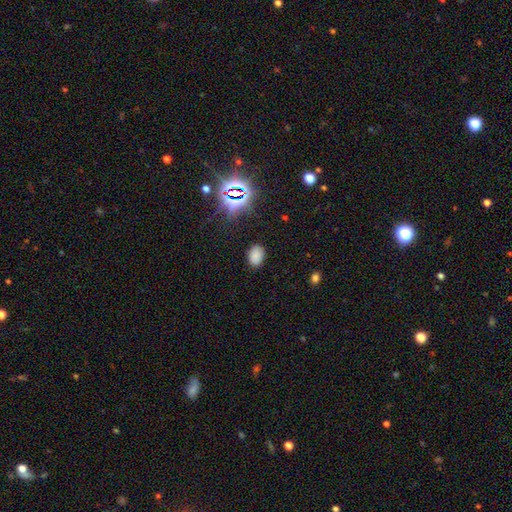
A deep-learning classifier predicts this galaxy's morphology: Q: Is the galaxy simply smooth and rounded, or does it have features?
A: smooth — 78%.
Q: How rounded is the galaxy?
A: in between — 76%.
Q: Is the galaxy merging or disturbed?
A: none — 85%.